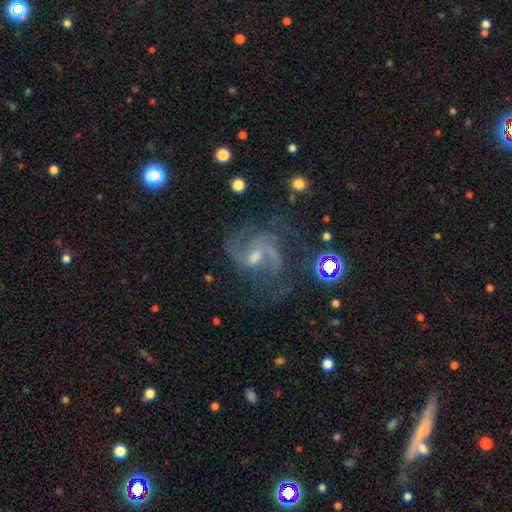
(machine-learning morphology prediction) Smooth or featured? Predicted: featured or disk (p=0.81). Edge-on disk? Predicted: no (p=0.97). Bar? Predicted: weak (p=0.47). Spiral arms? Predicted: yes (p=0.96). Spiral winding? Predicted: medium (p=0.51). Spiral arm count? Predicted: 2 (p=0.60). Bulge size? Predicted: small (p=0.53). Merging? Predicted: none (p=0.64).